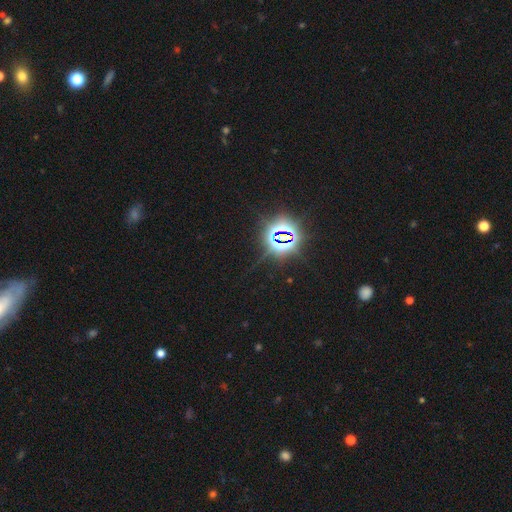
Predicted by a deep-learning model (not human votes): Morphology: type=star or artifact (82%).